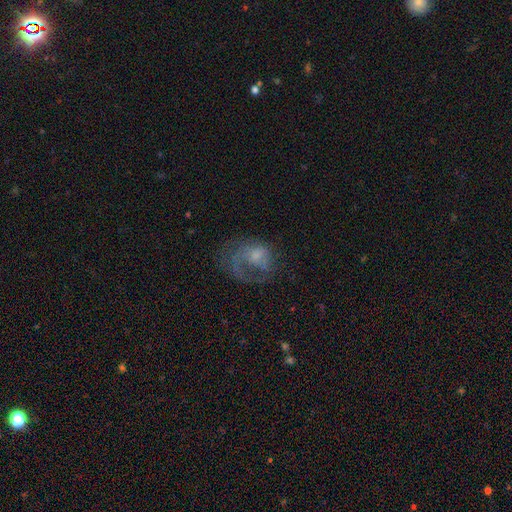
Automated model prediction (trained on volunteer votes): A featured or disk galaxy (57%) with no bar (72%), spiral arms (65%) and a small central bulge (36%). Merging: major disturbance (48%).